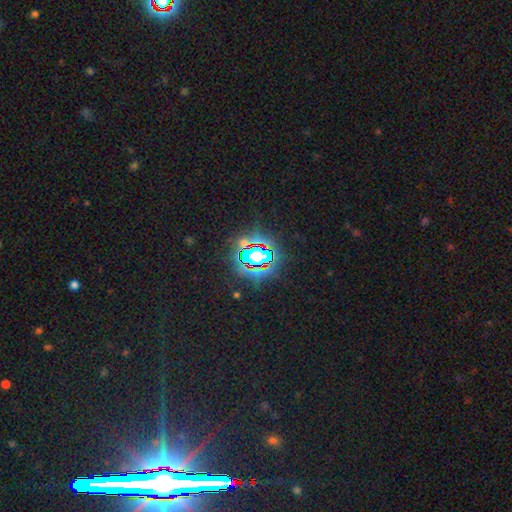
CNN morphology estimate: The model was most divided on "smooth or featured": star or artifact: 73%, smooth: 16%, featured or disk: 11%.